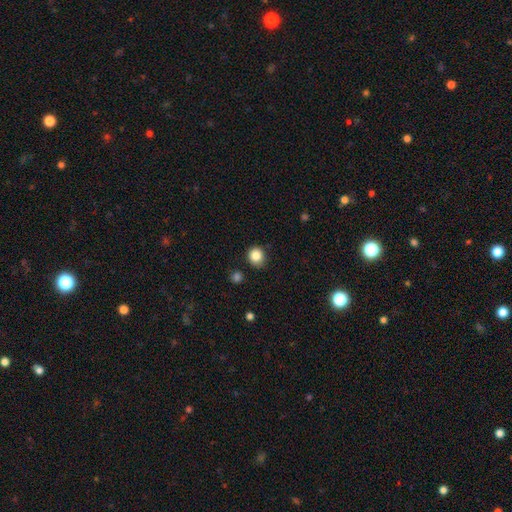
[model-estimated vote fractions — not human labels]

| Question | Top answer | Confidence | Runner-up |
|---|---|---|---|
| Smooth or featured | smooth | 85% | star or artifact (11%) |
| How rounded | round | 83% | in between (17%) |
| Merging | none | 85% | minor disturbance (10%) |